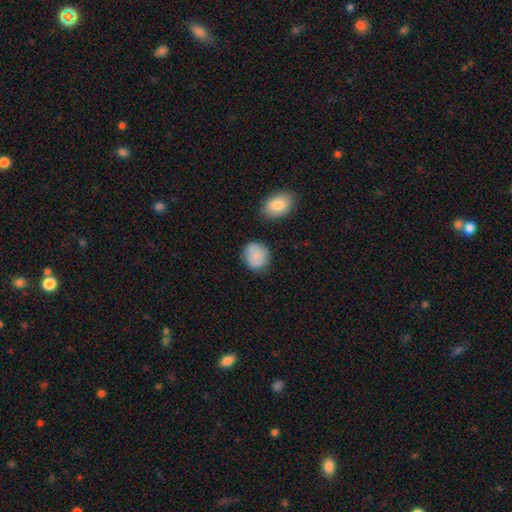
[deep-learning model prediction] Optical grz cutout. It shows a smooth galaxy with no disk features (87%) that is round (76%). Merging: none (76%).